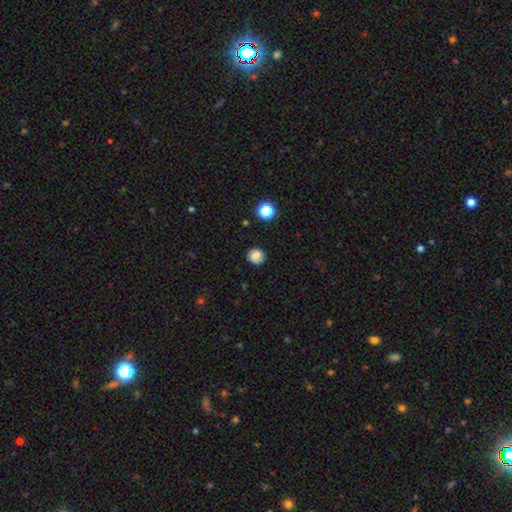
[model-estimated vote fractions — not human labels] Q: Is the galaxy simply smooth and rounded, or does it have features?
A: smooth — 77%.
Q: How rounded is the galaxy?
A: round — 86%.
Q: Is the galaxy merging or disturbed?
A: none — 84%.